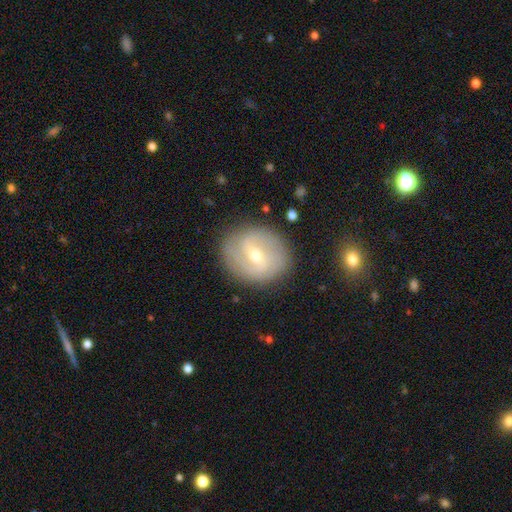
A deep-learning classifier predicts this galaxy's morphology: smooth-or-featured: featured or disk: 74% | smooth: 19% | star or artifact: 6%
  disk-edge-on: no: 97% | yes: 3%
    bar: weak: 57% | no: 23% | strong: 20%
    has-spiral-arms: yes: 87% | no: 13%
      spiral-winding: tight: 42% | medium: 40% | loose: 18%
      spiral-arm-count: 2: 61% | can't tell: 20% | 3: 10% | 1: 3% | 4: 3% | more than 4: 3%
    bulge-size: moderate: 53% | small: 43% | large: 2% | none: 1% | dominant: 1%
  merging: none: 83% | minor disturbance: 12% | major disturbance: 4% | merger: 1%